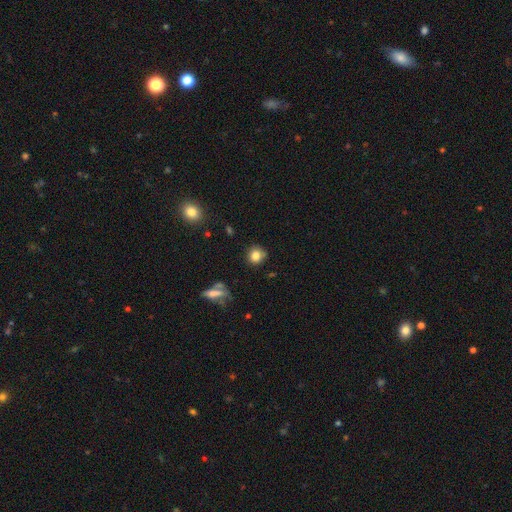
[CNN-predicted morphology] Smooth or featured: smooth — 81% (star or artifact — 12%)
How rounded: round — 85% (in between — 13%)
Merging: none — 81% (minor disturbance — 14%)